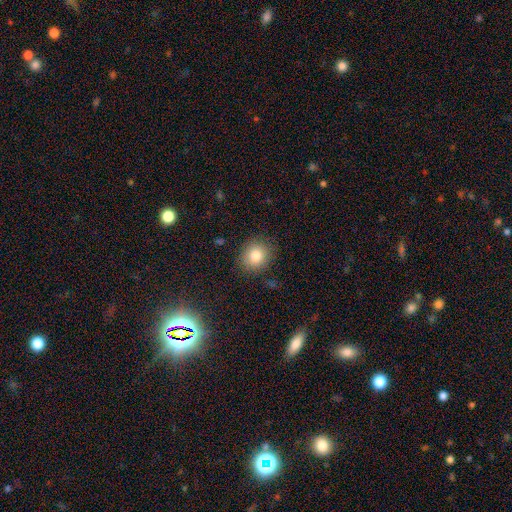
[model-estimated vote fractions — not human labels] Q: Smooth or featured?
A: smooth (83%); runner-up: star or artifact (10%)
Q: How rounded?
A: round (79%); runner-up: in between (20%)
Q: Merging?
A: none (87%); runner-up: minor disturbance (9%)